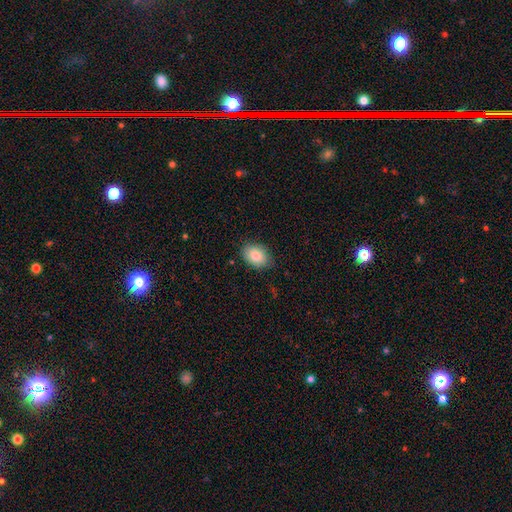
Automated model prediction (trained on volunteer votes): A smooth galaxy with no disk features (86%) that is in between round and cigar-shaped (81%).

Vote fractions:
- Smooth or featured? smooth: 86% / featured or disk: 7% / star or artifact: 7%
- How rounded? in between: 81% / round: 18% / cigar-shaped: 1%
- Merging? none: 81% / minor disturbance: 15% / major disturbance: 3% / merger: 1%